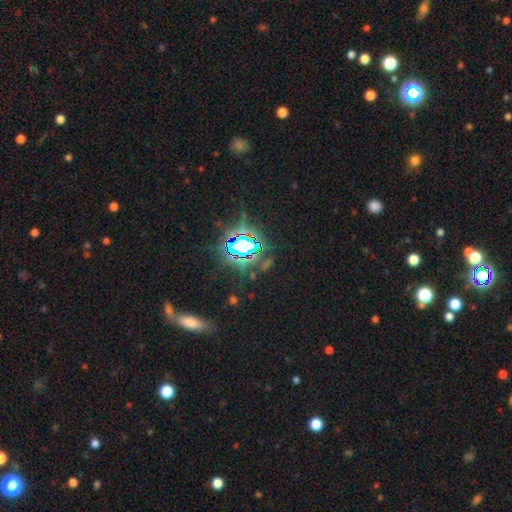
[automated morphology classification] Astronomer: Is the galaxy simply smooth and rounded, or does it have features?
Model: star or artifact — 77%.